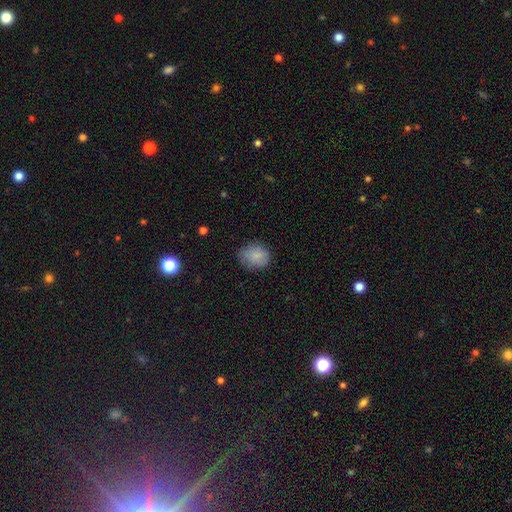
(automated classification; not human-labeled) smooth 84%, star or artifact 8%, featured or disk 8%. Down the decision tree: how rounded — round (54%); merging — none (71%).